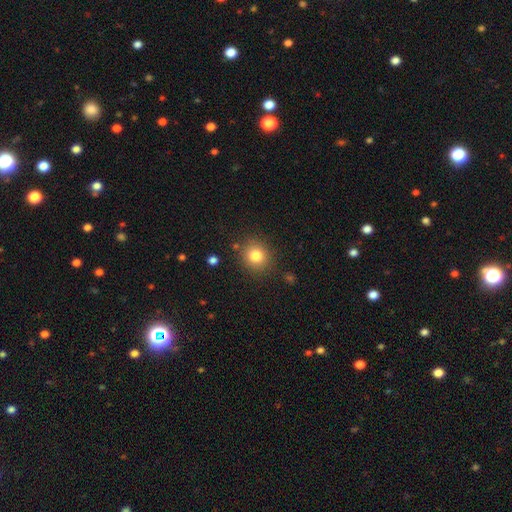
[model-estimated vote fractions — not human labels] Smooth or featured: smooth — 81% (star or artifact — 11%)
How rounded: round — 82% (in between — 17%)
Merging: none — 85% (minor disturbance — 9%)